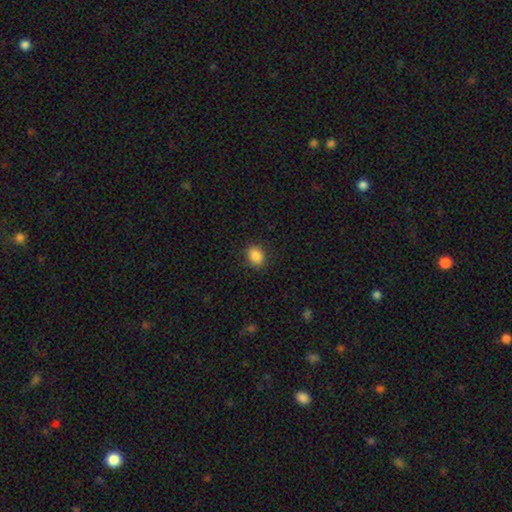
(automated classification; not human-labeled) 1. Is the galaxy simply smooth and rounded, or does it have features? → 87% smooth, 9% star or artifact, 4% featured or disk.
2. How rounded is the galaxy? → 59% round, 40% in between, 1% cigar-shaped.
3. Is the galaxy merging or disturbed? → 88% none, 8% minor disturbance, 2% major disturbance, 1% merger.